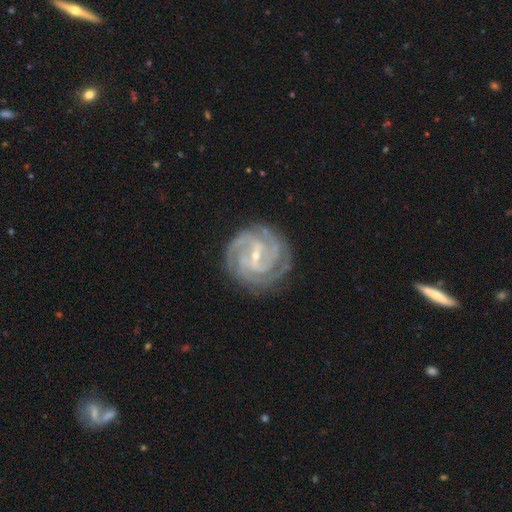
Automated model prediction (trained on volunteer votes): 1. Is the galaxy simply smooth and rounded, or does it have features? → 91% featured or disk, 5% star or artifact, 4% smooth.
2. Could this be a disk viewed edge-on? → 98% no, 2% yes.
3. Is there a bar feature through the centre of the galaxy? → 47% weak, 35% strong, 17% no.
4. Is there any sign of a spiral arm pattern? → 98% yes, 2% no.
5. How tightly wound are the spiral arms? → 70% tight, 27% medium, 3% loose.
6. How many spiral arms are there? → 31% 4, 30% 3, 14% 2, 13% can't tell, 7% more than 4, 6% 1.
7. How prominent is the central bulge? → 75% small, 22% moderate, 2% none, 1% large, 1% dominant.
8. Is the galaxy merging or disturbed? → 83% none, 13% minor disturbance, 4% major disturbance, 1% merger.